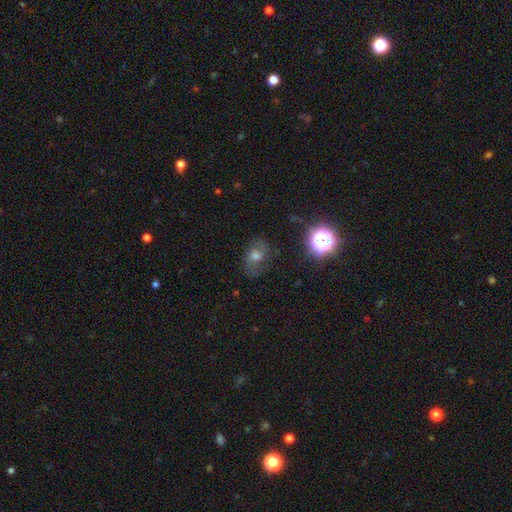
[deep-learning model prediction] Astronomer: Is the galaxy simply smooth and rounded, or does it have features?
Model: featured or disk — 46% (runner-up: smooth, 32%).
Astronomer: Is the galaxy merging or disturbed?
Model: none — 73%.